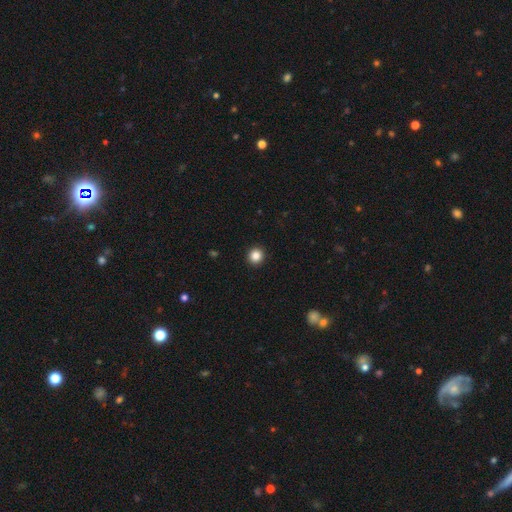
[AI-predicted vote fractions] smooth-or-featured: smooth: 85% | star or artifact: 11% | featured or disk: 4%
  how-rounded: round: 93% | in between: 6% | cigar-shaped: 1%
  merging: none: 93% | minor disturbance: 4% | major disturbance: 1% | merger: 1%